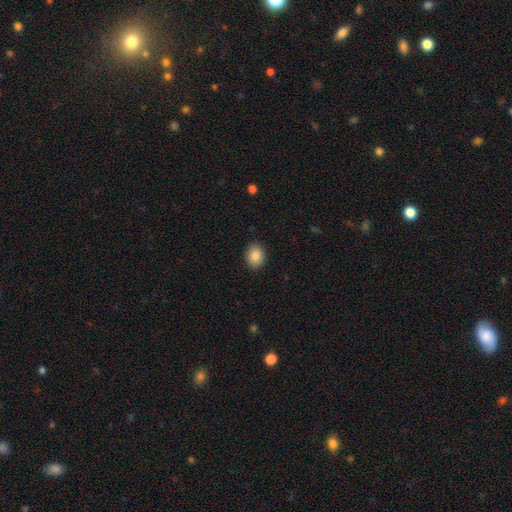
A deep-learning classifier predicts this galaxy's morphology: The model was most divided on "how rounded": in between: 60%, round: 39%, cigar-shaped: 1%. More confident: merging — none (90%); smooth or featured — smooth (87%).